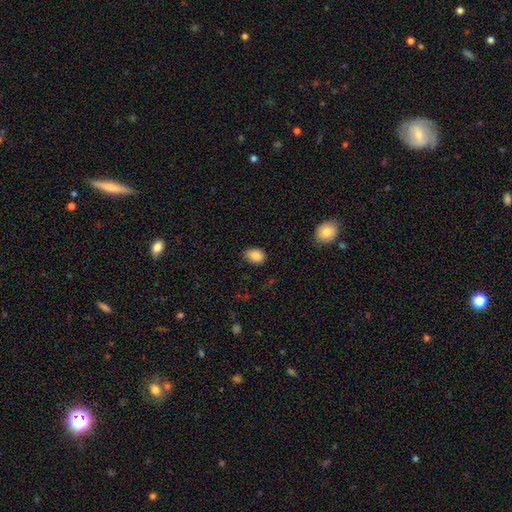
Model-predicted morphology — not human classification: Smooth or featured? smooth (86%)
How rounded? in between (78%)
Merging? none (81%)